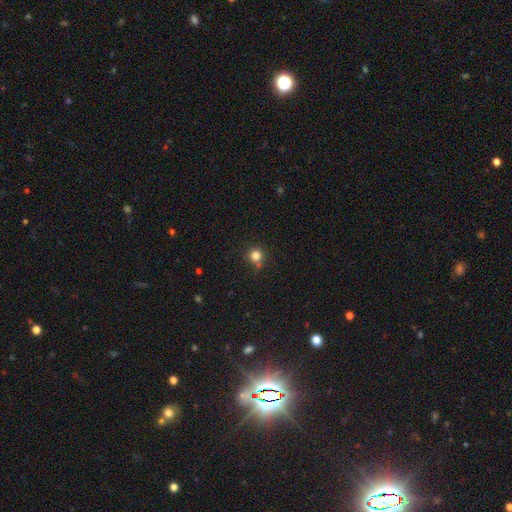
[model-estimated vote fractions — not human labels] A smooth galaxy with no disk features (81%) that is round (94%).

Vote fractions:
- Smooth or featured? smooth: 81% / star or artifact: 14% / featured or disk: 5%
- How rounded? round: 94% / in between: 5% / cigar-shaped: 1%
- Merging? none: 80% / minor disturbance: 10% / merger: 8% / major disturbance: 3%